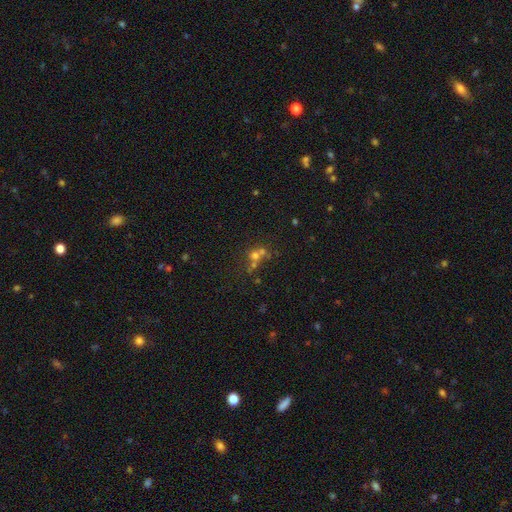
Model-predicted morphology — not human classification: Q: Smooth or featured?
A: smooth (47%); runner-up: star or artifact (31%)
Q: Merging?
A: merger (45%); runner-up: none (41%)